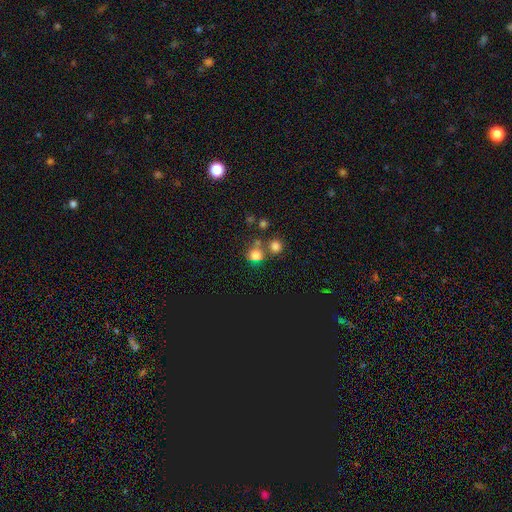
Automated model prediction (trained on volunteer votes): Smooth or featured?
  - smooth: 74% *
  - star or artifact: 19%
  - featured or disk: 7%
How rounded?
  - round: 84% *
  - in between: 15%
  - cigar-shaped: 1%
Merging?
  - none: 58% *
  - merger: 27%
  - minor disturbance: 10%
  - major disturbance: 5%